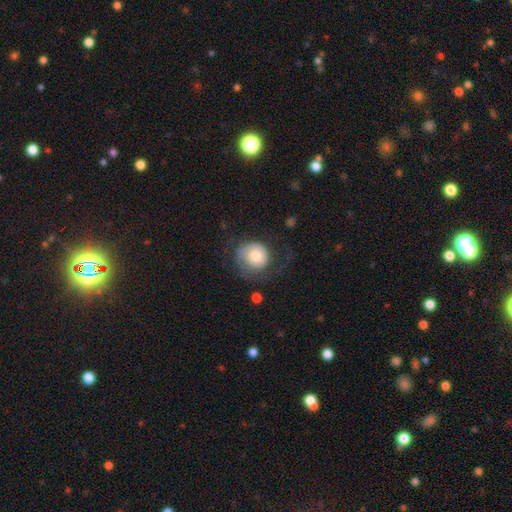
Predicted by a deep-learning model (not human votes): This is possibly a smooth galaxy (59%). How rounded: clearly round (87%). Merging: possibly none (47%).